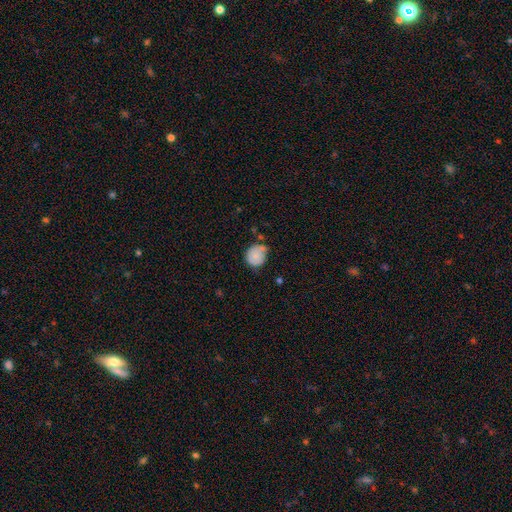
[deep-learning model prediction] This is likely a smooth galaxy (76%). How rounded: likely round (77%). Merging: possibly none (54%).